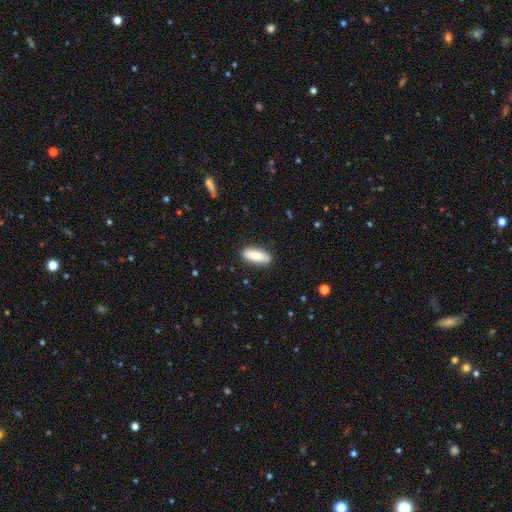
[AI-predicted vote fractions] Smooth or featured: smooth — 84% (featured or disk — 10%)
How rounded: in between — 67% (cigar-shaped — 31%)
Merging: none — 88% (minor disturbance — 9%)